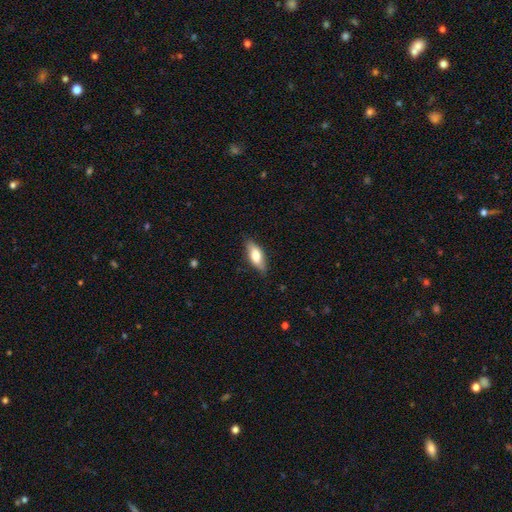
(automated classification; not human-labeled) Morphology: type=smooth (66%); roundness=in between (74%); merging=none (80%).